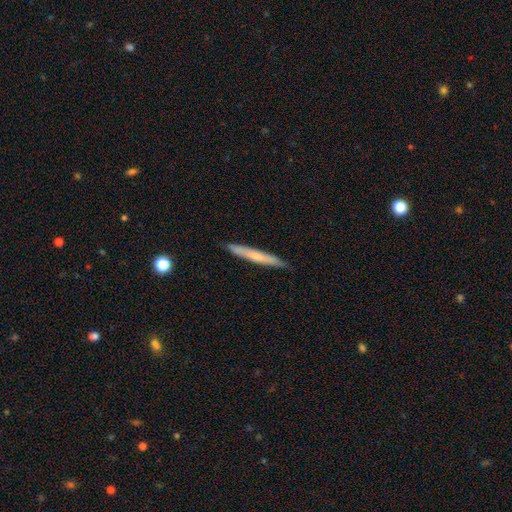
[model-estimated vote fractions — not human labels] A smooth galaxy with no disk features (54%) that is cigar-shaped (96%).

Vote fractions:
- Smooth or featured? smooth: 54% / featured or disk: 40% / star or artifact: 6%
- How rounded? cigar-shaped: 96% / in between: 3% / round: 1%
- Merging? none: 90% / minor disturbance: 7% / major disturbance: 1% / merger: 1%